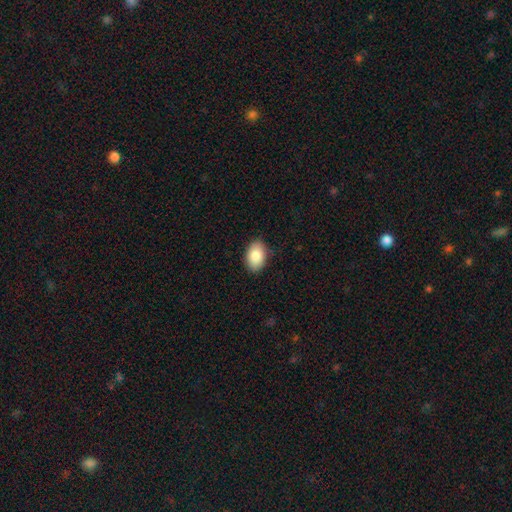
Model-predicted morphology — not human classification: smooth-or-featured: smooth: 87% | star or artifact: 7% | featured or disk: 6%
  how-rounded: in between: 89% | round: 10% | cigar-shaped: 1%
  merging: none: 87% | minor disturbance: 10% | major disturbance: 2% | merger: 1%